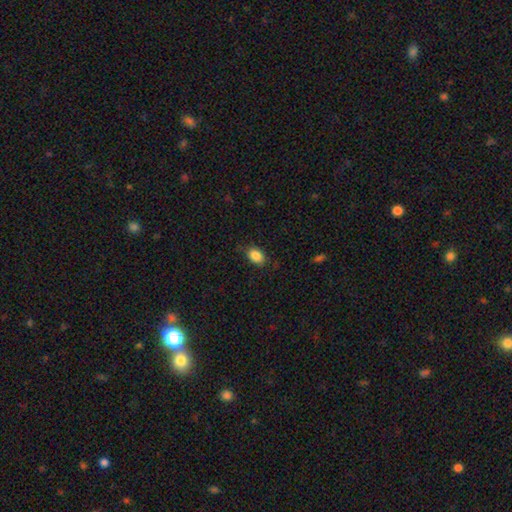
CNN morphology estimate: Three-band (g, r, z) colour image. It shows a smooth galaxy with no disk features (87%) that is in between round and cigar-shaped (83%). Merging: none (82%).